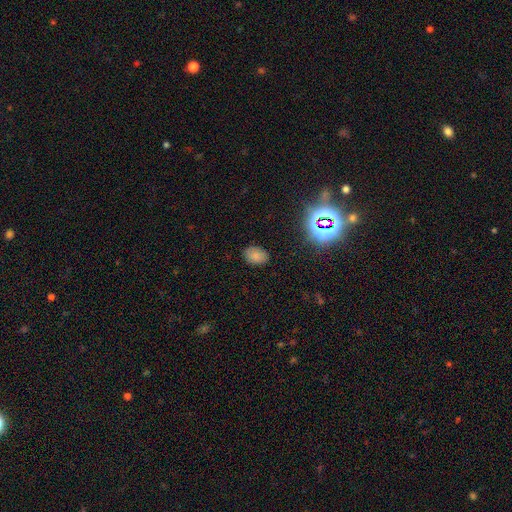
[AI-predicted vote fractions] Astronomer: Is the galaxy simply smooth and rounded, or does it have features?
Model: smooth — 77%.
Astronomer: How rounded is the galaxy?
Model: in between — 79%.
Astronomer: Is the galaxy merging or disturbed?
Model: none — 84%.